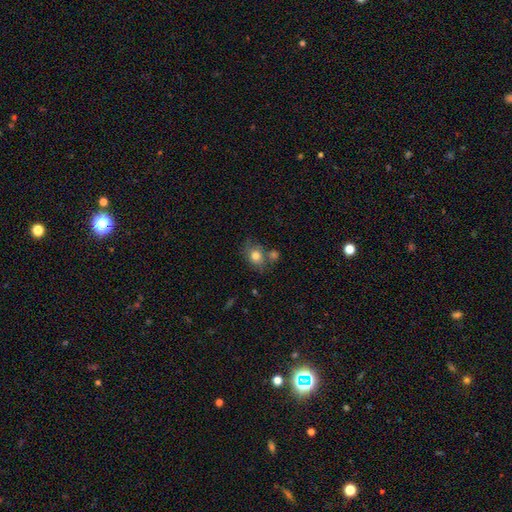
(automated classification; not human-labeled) This is likely a smooth galaxy (79%). How rounded: possibly round (54%). Merging: possibly none (56%).